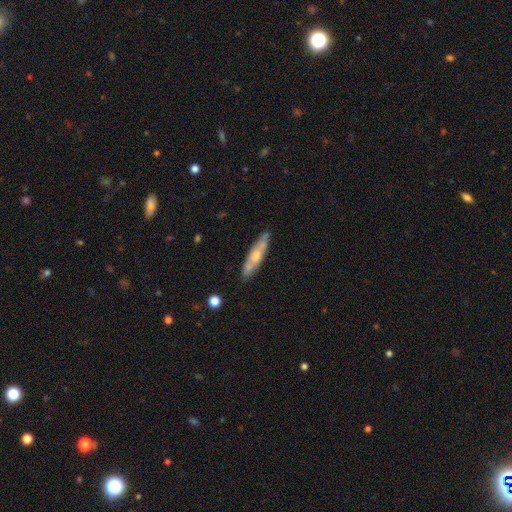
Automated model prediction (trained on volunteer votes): Smooth or featured: featured or disk — 50% (smooth — 45%)
Merging: none — 76% (minor disturbance — 16%)